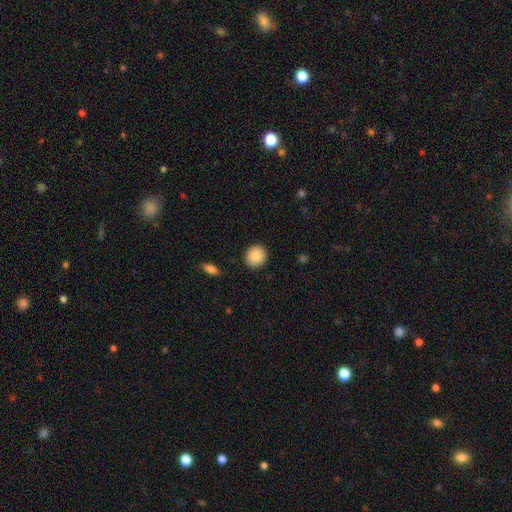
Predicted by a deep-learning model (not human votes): A smooth galaxy with no disk features (89%) that is round (85%). Merging: none (91%).